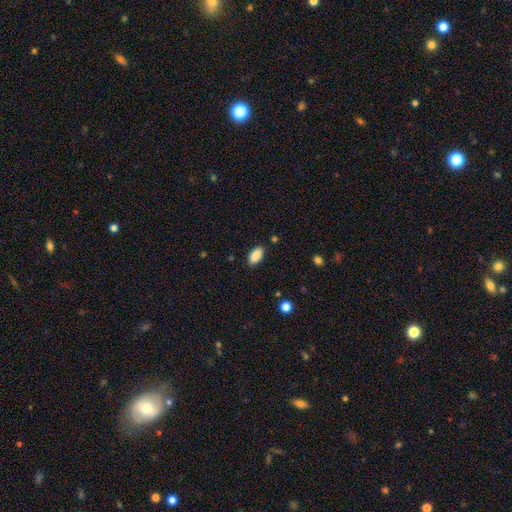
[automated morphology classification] smooth 89%, star or artifact 7%, featured or disk 4%. Down the decision tree: how rounded — in between (94%); merging — none (85%).